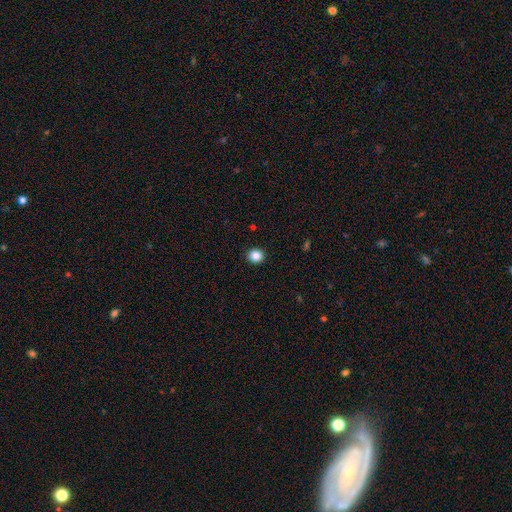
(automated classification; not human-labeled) Overall: smooth (86%). How rounded: round (84%). Merging: none (92%).